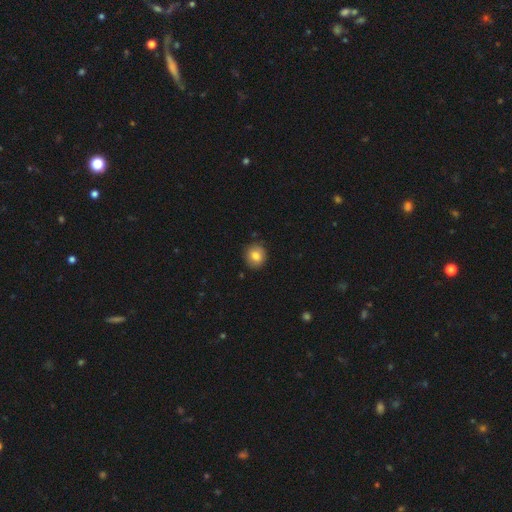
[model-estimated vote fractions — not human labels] smooth_or_featured: smooth (p=0.81) [alt: featured or disk p=0.09]
how_rounded: round (p=0.83) [alt: in between p=0.16]
merging: none (p=0.88) [alt: minor disturbance p=0.09]